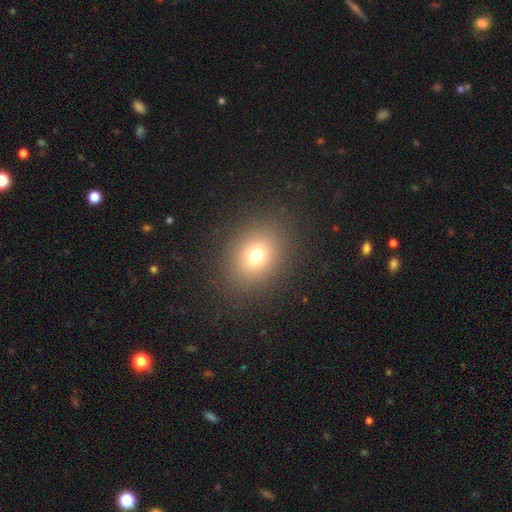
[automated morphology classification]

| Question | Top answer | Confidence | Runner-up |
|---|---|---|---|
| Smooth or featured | smooth | 72% | star or artifact (18%) |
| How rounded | round | 57% | in between (42%) |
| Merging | none | 87% | minor disturbance (7%) |